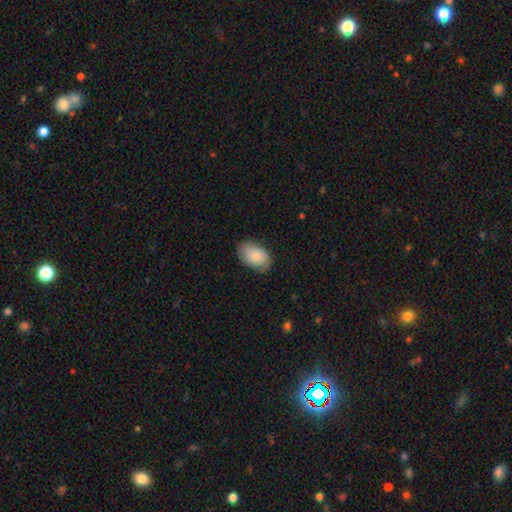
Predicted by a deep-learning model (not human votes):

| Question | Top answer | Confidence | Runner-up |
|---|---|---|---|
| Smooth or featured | smooth | 77% | featured or disk (17%) |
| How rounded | in between | 90% | round (9%) |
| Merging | none | 73% | minor disturbance (21%) |